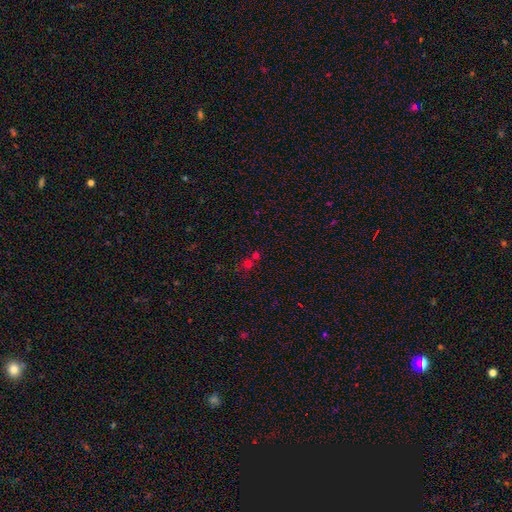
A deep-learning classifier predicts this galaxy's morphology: smooth_or_featured: smooth (p=0.51) [alt: star or artifact p=0.39]
how_rounded: round (p=0.81) [alt: in between p=0.17]
merging: none (p=0.50) [alt: merger p=0.38]